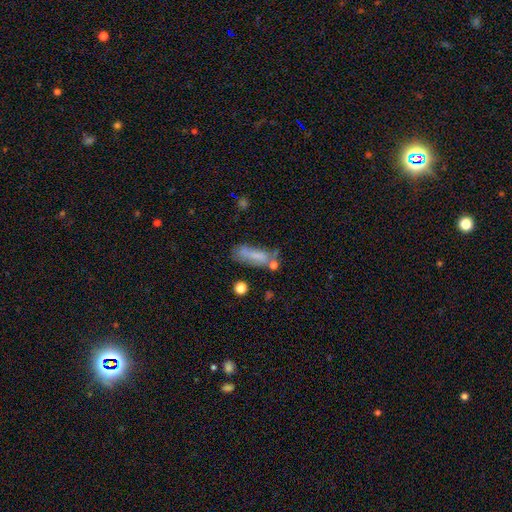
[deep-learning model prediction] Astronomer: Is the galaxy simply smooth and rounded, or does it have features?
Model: smooth — 62%.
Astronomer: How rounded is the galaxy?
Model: in between — 49% (runner-up: cigar-shaped, 48%).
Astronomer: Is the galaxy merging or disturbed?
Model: none — 37% (runner-up: minor disturbance, 26%).